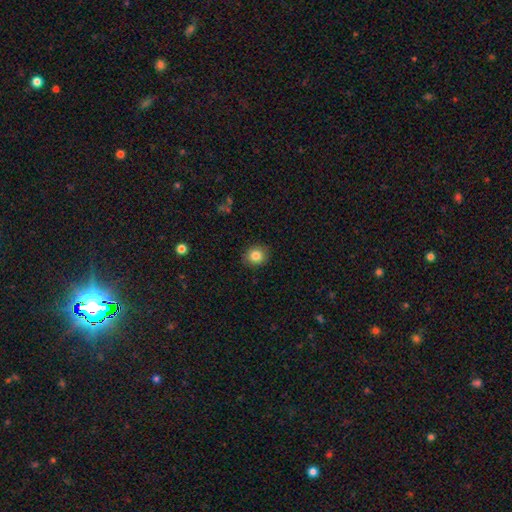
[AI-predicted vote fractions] The model was most divided on "how rounded": round: 81%, in between: 18%, cigar-shaped: 1%. More confident: merging — none (90%); smooth or featured — smooth (84%).